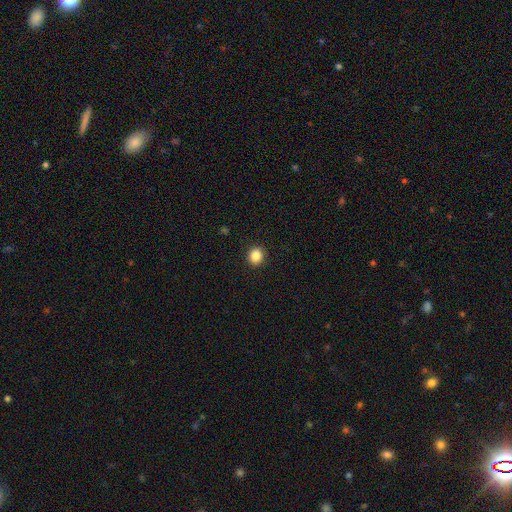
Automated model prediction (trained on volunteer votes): Q: Smooth or featured?
A: smooth (86%); runner-up: star or artifact (10%)
Q: How rounded?
A: round (84%); runner-up: in between (15%)
Q: Merging?
A: none (92%); runner-up: minor disturbance (5%)